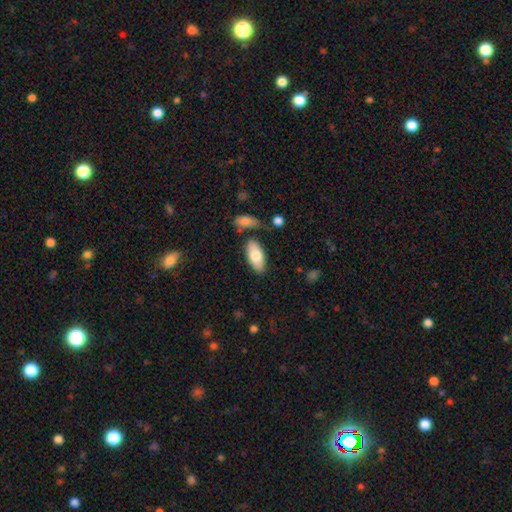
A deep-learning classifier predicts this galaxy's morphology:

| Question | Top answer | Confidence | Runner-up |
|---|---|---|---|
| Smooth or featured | smooth | 77% | featured or disk (18%) |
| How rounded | in between | 88% | cigar-shaped (10%) |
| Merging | none | 78% | minor disturbance (13%) |